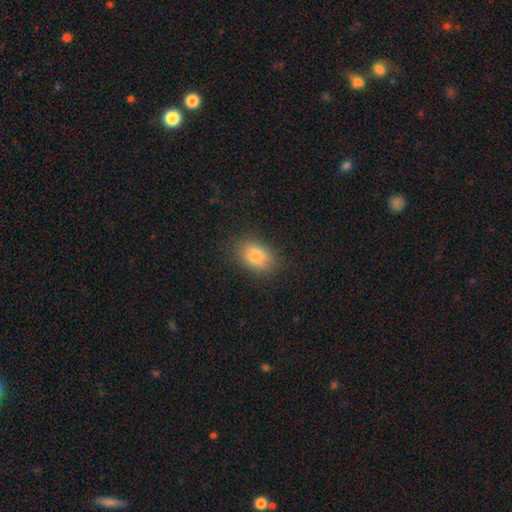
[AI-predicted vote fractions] Overall: smooth (83%). How rounded: in between (81%). Merging: none (78%).